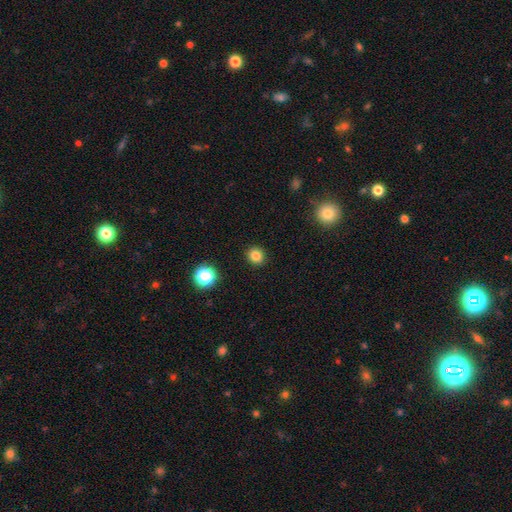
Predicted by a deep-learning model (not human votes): smooth-or-featured: smooth: 82% | star or artifact: 13% | featured or disk: 5%
  how-rounded: round: 84% | in between: 15% | cigar-shaped: 1%
  merging: none: 91% | minor disturbance: 6% | major disturbance: 2% | merger: 1%